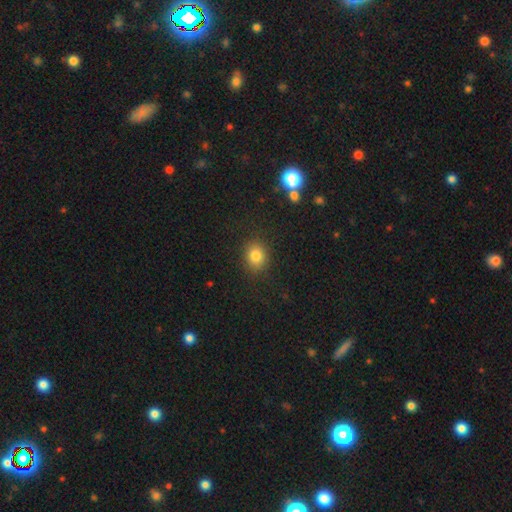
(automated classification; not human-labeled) This is clearly a smooth galaxy (82%). How rounded: likely round (66%). Merging: clearly none (87%).